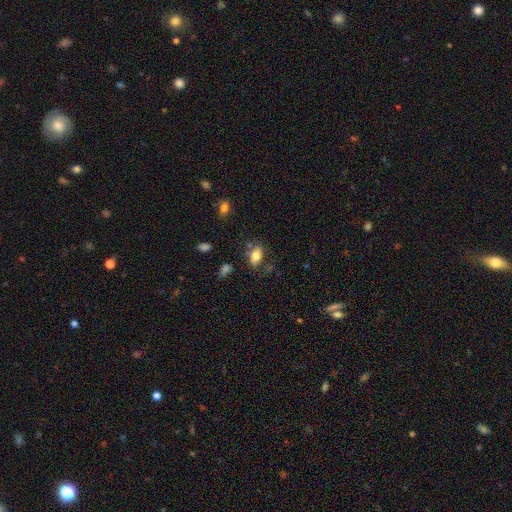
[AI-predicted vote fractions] A smooth galaxy with no disk features (79%) that is in between round and cigar-shaped (89%).

Vote fractions:
- Smooth or featured? smooth: 79% / featured or disk: 13% / star or artifact: 9%
- How rounded? in between: 89% / round: 8% / cigar-shaped: 3%
- Merging? none: 68% / minor disturbance: 20% / merger: 6% / major disturbance: 6%